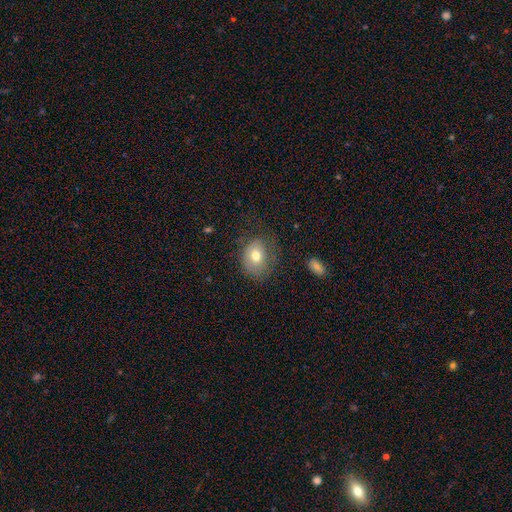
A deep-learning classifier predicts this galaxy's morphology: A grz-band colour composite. It shows a smooth galaxy with no disk features (70%) that is in between round and cigar-shaped (53%). Merging: none (58%).